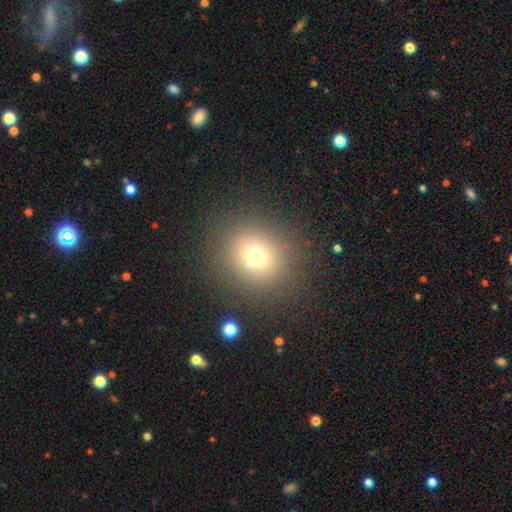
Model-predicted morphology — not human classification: A smooth galaxy with no disk features (67%) that is round (85%). Merging: none (79%).